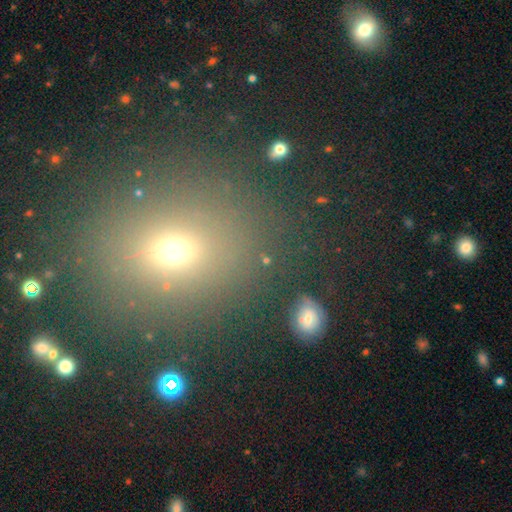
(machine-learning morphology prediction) Overall: smooth (57%; star or artifact 31%). How rounded: round (62%; in between 36%). Merging: none (83%).